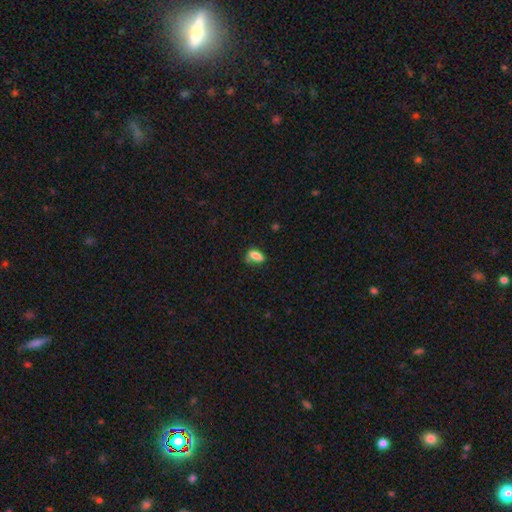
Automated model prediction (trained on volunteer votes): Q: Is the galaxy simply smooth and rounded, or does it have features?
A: smooth — 79%.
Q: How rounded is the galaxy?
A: in between — 78%.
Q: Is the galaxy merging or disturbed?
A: none — 56%.